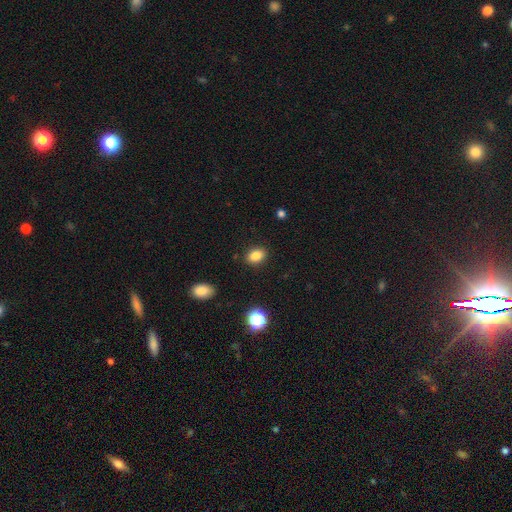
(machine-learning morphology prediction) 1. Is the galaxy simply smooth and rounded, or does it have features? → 84% smooth, 10% star or artifact, 6% featured or disk.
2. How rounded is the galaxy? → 74% in between, 24% round, 1% cigar-shaped.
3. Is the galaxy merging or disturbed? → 88% none, 8% minor disturbance, 2% major disturbance, 1% merger.